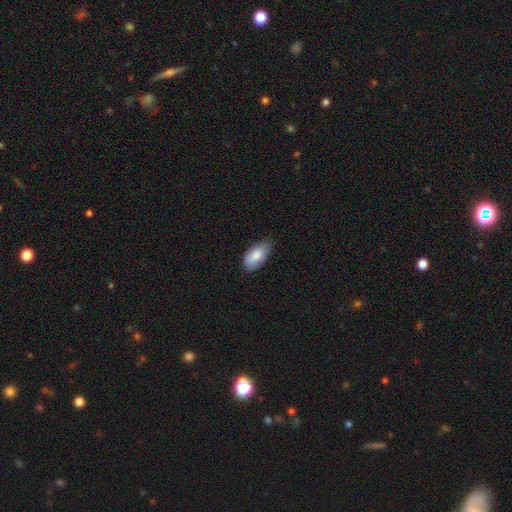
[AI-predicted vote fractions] smooth_or_featured: smooth (p=0.84) [alt: featured or disk p=0.10]
how_rounded: in between (p=0.94) [alt: cigar-shaped p=0.03]
merging: none (p=0.74) [alt: minor disturbance p=0.22]